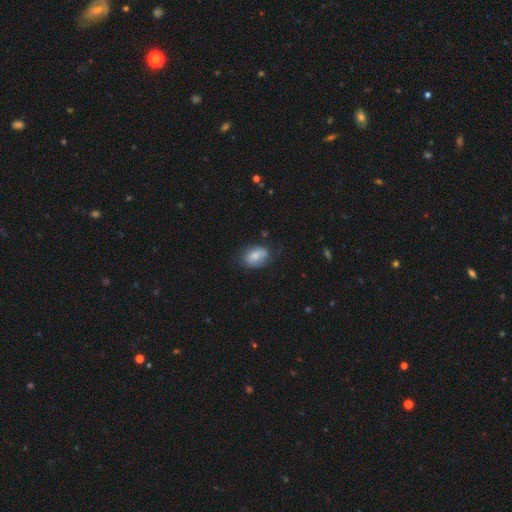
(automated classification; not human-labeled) smooth 77%, featured or disk 15%, star or artifact 8%. Down the decision tree: how rounded — in between (81%); merging — none (67%).